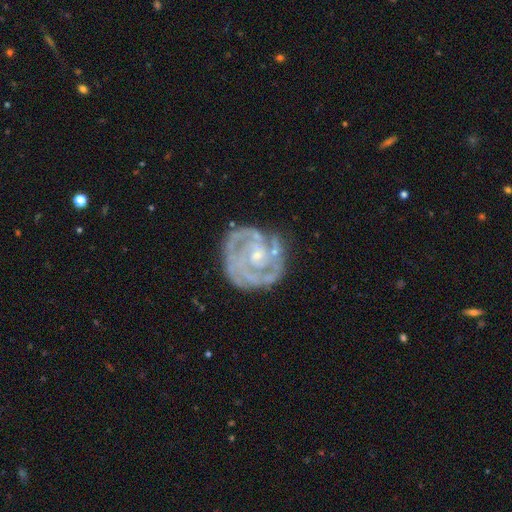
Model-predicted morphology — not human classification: The model was most divided on "spiral arm count": 3: 29%, 2: 28%, can't tell: 21%, 4: 10%, 1: 6%, more than 4: 6%. More confident: edge-on disk — no (98%); spiral arms — yes (96%); smooth or featured — featured or disk (88%); spiral winding — tight (74%); bulge size — small (73%); merging — none (71%); bar — no (69%).